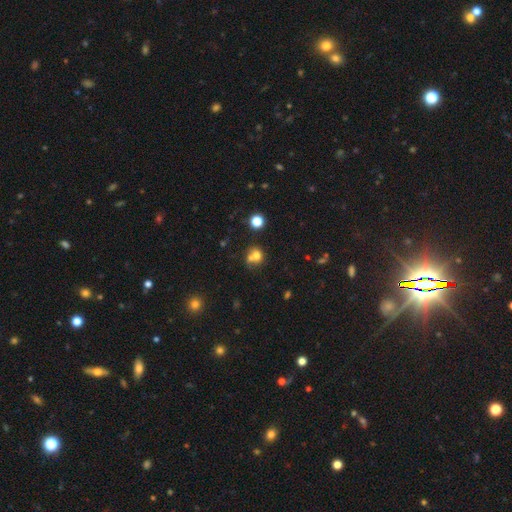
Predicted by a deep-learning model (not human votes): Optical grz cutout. It shows a smooth galaxy with no disk features (70%) that is round (76%). Merging: merger (48%).